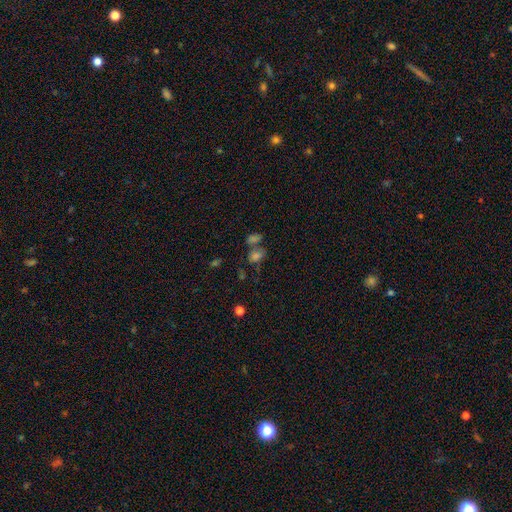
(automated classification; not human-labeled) The model was most divided on "merging": none: 42%, merger: 35%, minor disturbance: 14%, major disturbance: 9%. More confident: how rounded — in between (67%); smooth or featured — smooth (61%).